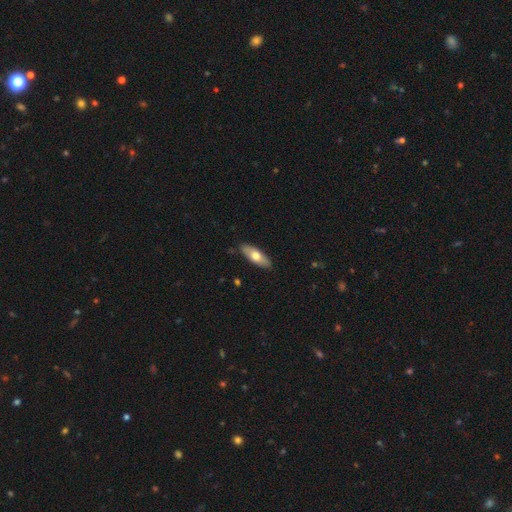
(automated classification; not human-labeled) Q: Smooth or featured?
A: smooth (62%); runner-up: featured or disk (33%)
Q: How rounded?
A: in between (69%); runner-up: cigar-shaped (28%)
Q: Merging?
A: none (87%); runner-up: minor disturbance (10%)